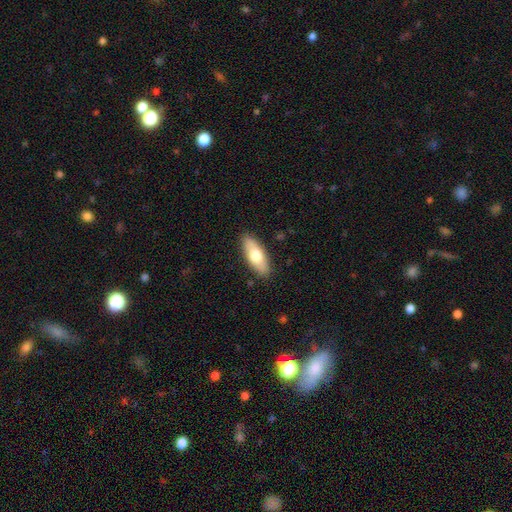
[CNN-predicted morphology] Smooth or featured? Predicted: smooth (p=0.67). How rounded? Predicted: in between (p=0.74). Merging? Predicted: none (p=0.87).